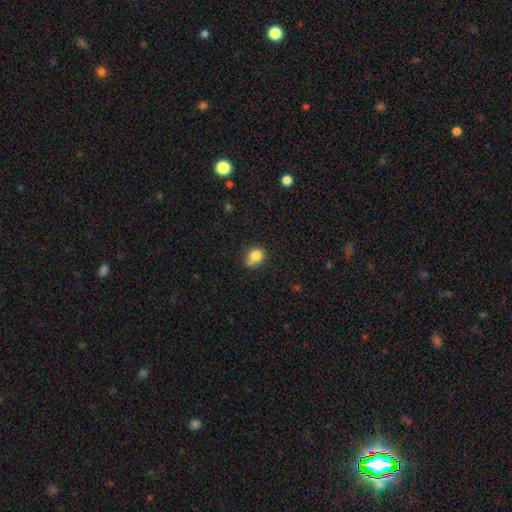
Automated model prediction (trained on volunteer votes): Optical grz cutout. It shows a smooth galaxy with no disk features (81%) that is round (67%). Merging: none (50%).